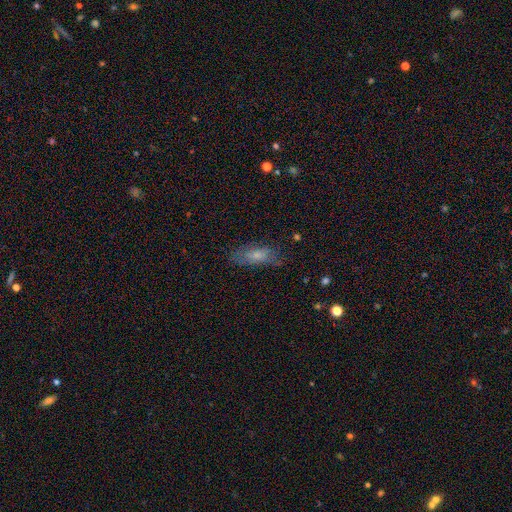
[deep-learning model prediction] smooth-or-featured: smooth: 55% | featured or disk: 32% | star or artifact: 12%
  how-rounded: in between: 64% | cigar-shaped: 32% | round: 4%
  merging: none: 71% | minor disturbance: 21% | major disturbance: 7% | merger: 2%